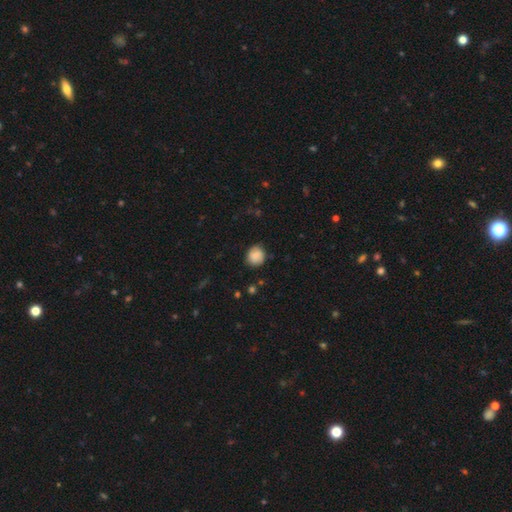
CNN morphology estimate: Overall: smooth (81%). How rounded: round (78%). Merging: none (78%).